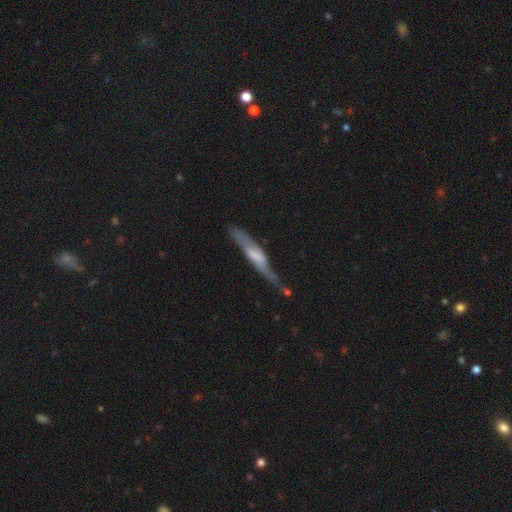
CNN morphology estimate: featured or disk 58%, smooth 36%, star or artifact 6%. Down the decision tree: edge-on disk — yes (79%); merging — none (49%).